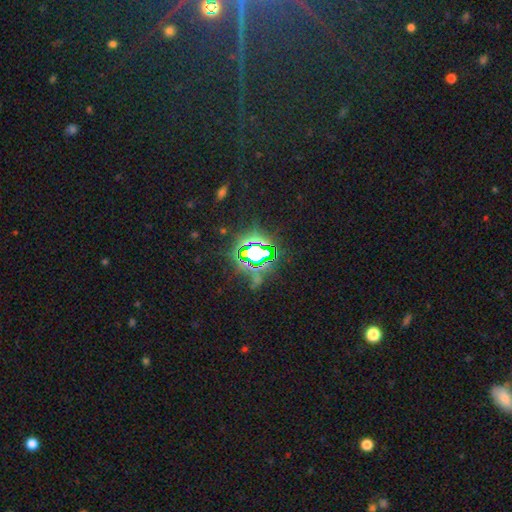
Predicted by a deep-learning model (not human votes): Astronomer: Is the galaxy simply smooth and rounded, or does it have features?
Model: star or artifact — 81%.